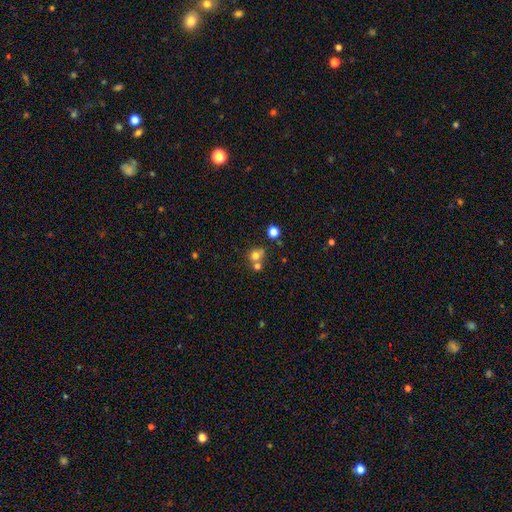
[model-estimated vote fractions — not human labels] The model was most divided on "merging": none: 45%, merger: 43%, minor disturbance: 8%, major disturbance: 4%. More confident: how rounded — round (81%); smooth or featured — smooth (70%).